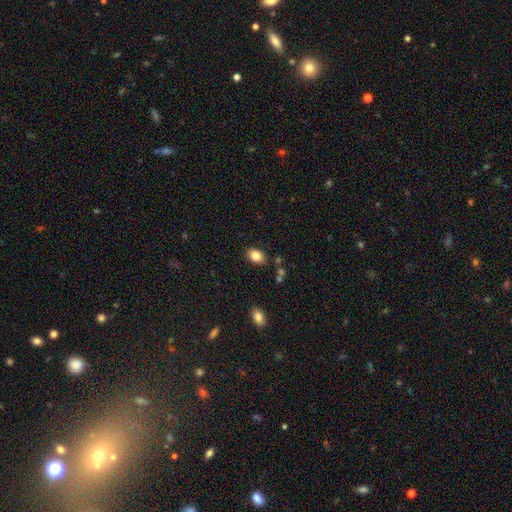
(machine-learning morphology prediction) This appears to be a smooth galaxy with no disk features (83%) that is in between round and cigar-shaped (84%). Merging: none (85%).